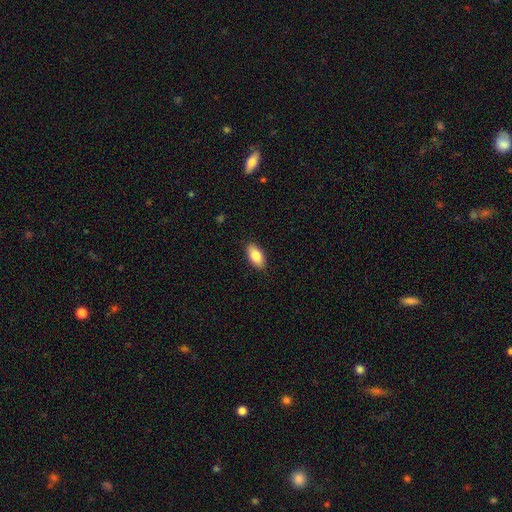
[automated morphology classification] smooth-or-featured: smooth: 83% | featured or disk: 11% | star or artifact: 7%
  how-rounded: in between: 92% | cigar-shaped: 5% | round: 3%
  merging: none: 89% | minor disturbance: 9% | major disturbance: 2% | merger: 1%